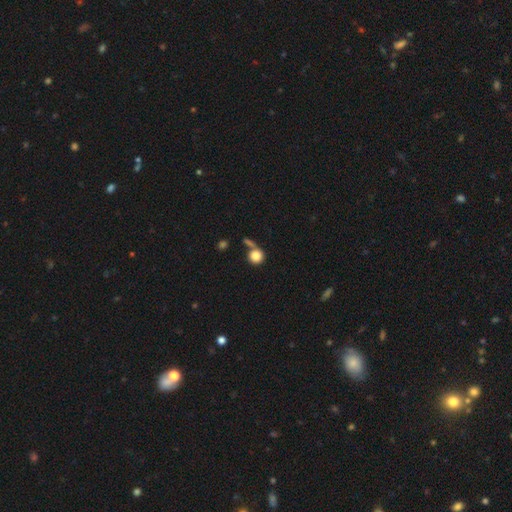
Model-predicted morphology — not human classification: The model was most divided on "merging": none: 56%, merger: 24%, minor disturbance: 12%, major disturbance: 7%. More confident: how rounded — round (91%); smooth or featured — smooth (83%).